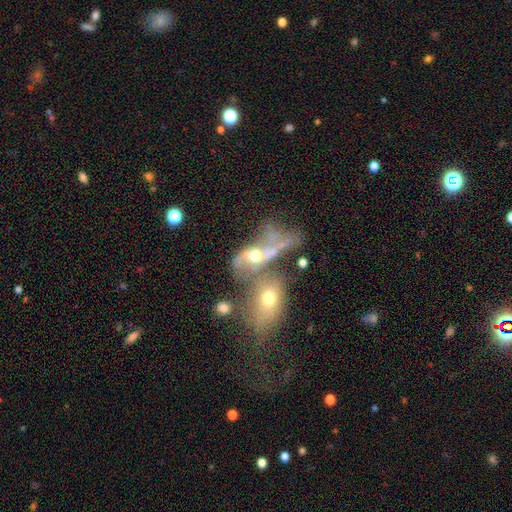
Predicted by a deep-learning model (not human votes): This is possibly a featured or disk galaxy (58%). It is clearly not viewed edge-on (90%). Bar: likely no (66%). Spiral arm pattern: possibly yes (59%). Central bulge: likely moderate (61%). Merging: possibly merger (59%).